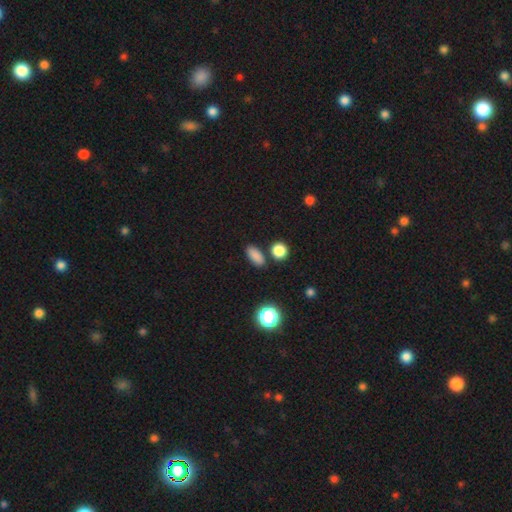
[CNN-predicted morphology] Overall: smooth (84%). How rounded: in between (76%). Merging: none (82%).